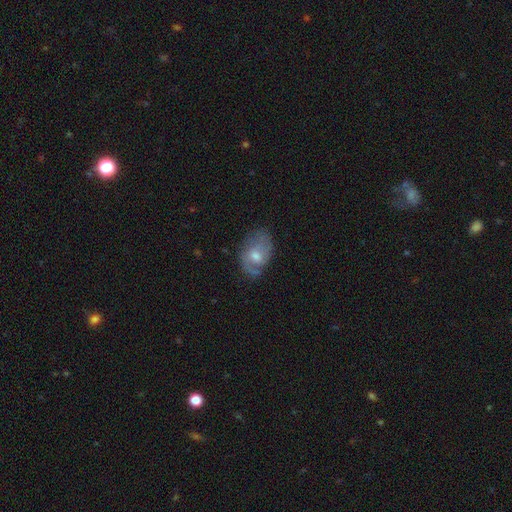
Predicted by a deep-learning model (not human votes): Smooth or featured? featured or disk (64%)
Edge-on disk? no (95%)
Bar? no (57%)
Spiral arms? yes (82%)
Bulge size? moderate (63%)
Merging? none (64%)